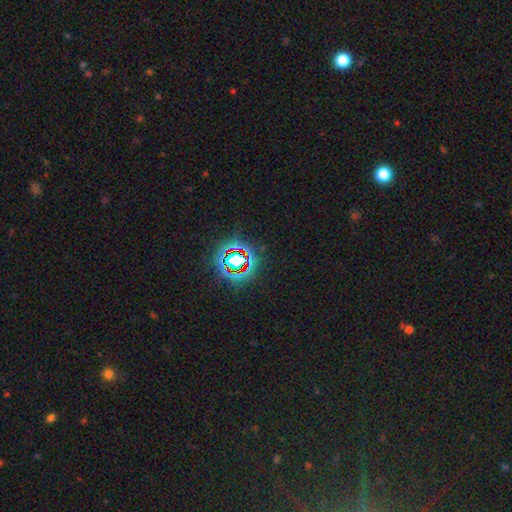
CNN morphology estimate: Smooth or featured?
  - star or artifact: 78% *
  - smooth: 14%
  - featured or disk: 8%